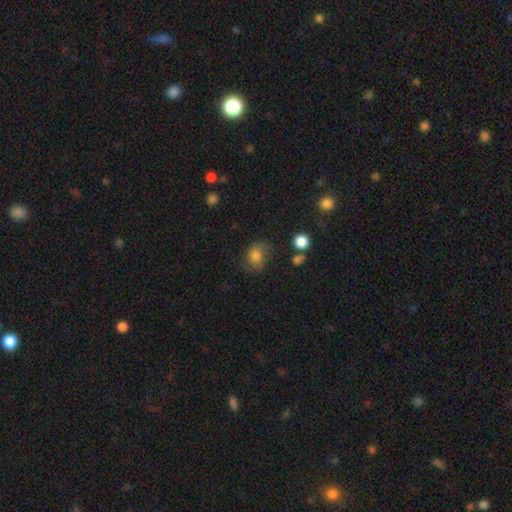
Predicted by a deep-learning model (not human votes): A smooth galaxy with no disk features (69%) that is round (53%).

Vote fractions:
- Smooth or featured? smooth: 69% / featured or disk: 20% / star or artifact: 11%
- How rounded? round: 53% / in between: 46% / cigar-shaped: 1%
- Merging? none: 55% / minor disturbance: 27% / major disturbance: 16% / merger: 3%